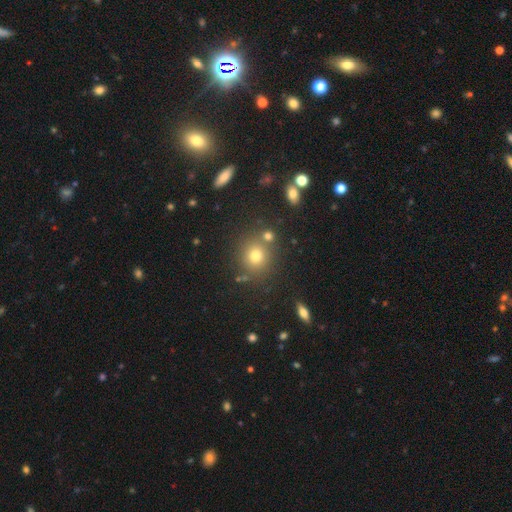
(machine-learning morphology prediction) Smooth or featured: smooth — 71% (star or artifact — 18%)
How rounded: round — 86% (in between — 12%)
Merging: none — 77% (merger — 11%)